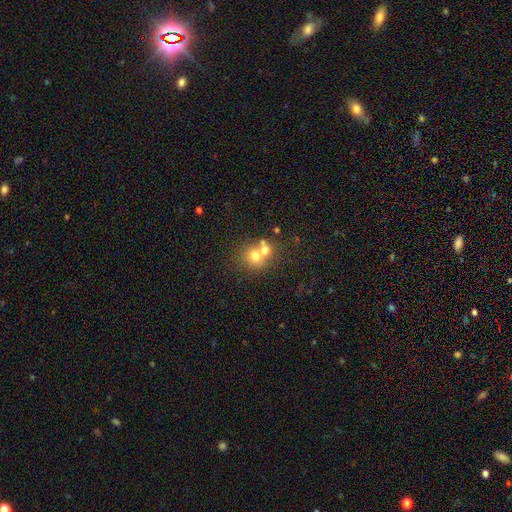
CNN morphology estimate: smooth-or-featured: smooth: 66% | featured or disk: 20% | star or artifact: 14%
  how-rounded: round: 77% | in between: 22% | cigar-shaped: 1%
  merging: merger: 53% | none: 36% | minor disturbance: 7% | major disturbance: 3%